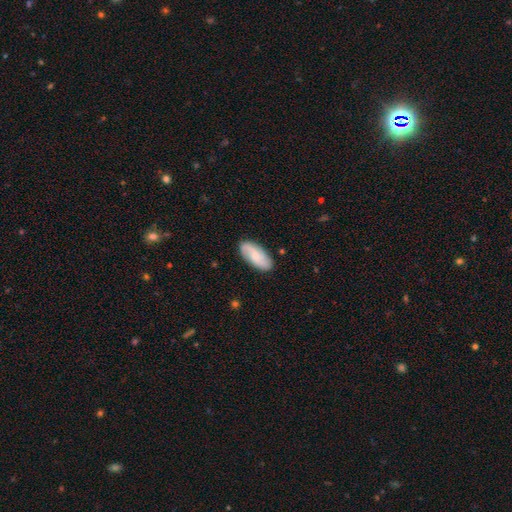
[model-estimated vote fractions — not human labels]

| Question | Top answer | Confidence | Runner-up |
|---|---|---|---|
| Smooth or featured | featured or disk | 51% | smooth (43%) |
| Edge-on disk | no | 94% | yes (6%) |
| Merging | none | 84% | minor disturbance (12%) |